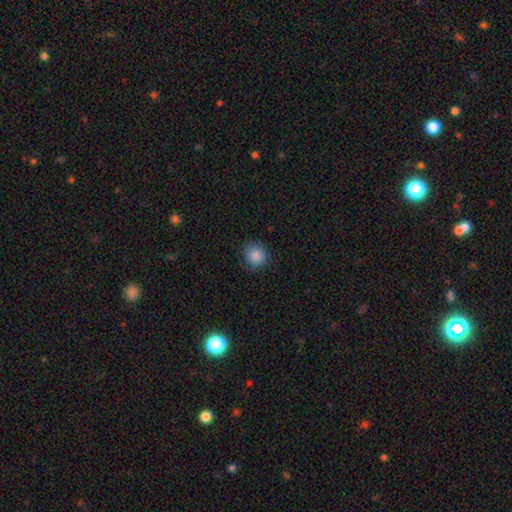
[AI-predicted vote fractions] This is clearly a smooth galaxy (87%). How rounded: clearly round (90%). Merging: clearly none (87%).